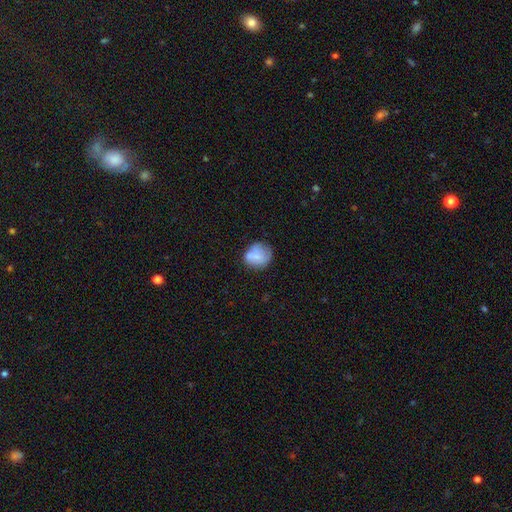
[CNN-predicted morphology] Smooth or featured: smooth — 70% (featured or disk — 21%)
How rounded: round — 81% (in between — 18%)
Merging: none — 58% (minor disturbance — 25%)